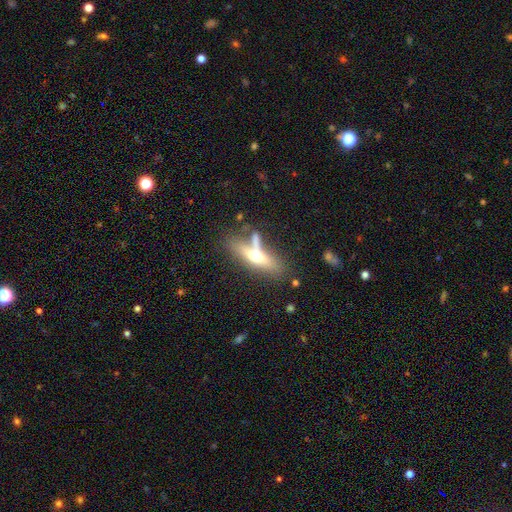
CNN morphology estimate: smooth_or_featured: smooth (p=0.47) [alt: featured or disk p=0.45]
merging: none (p=0.50) [alt: merger p=0.24]